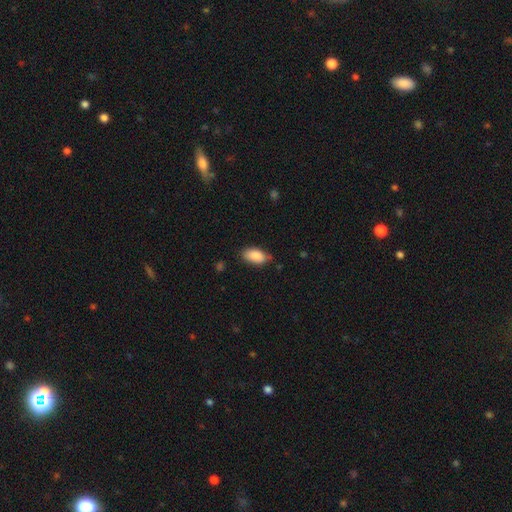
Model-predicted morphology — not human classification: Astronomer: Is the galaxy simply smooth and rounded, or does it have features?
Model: smooth — 88%.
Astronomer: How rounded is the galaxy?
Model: in between — 93%.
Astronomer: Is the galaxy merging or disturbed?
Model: none — 75%.